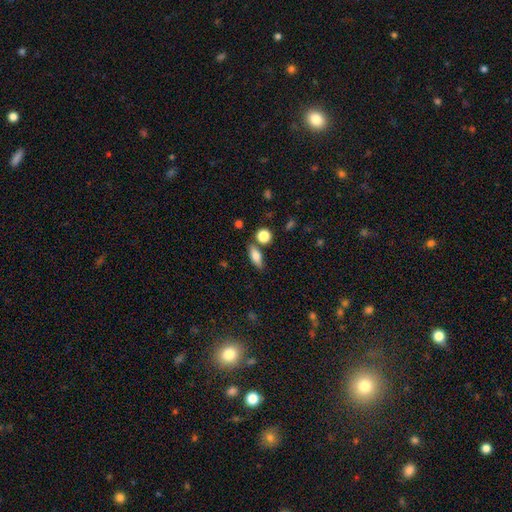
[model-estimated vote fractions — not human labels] This appears to be a smooth galaxy with no disk features (73%) that is in between round and cigar-shaped (69%). Merging: none (78%).